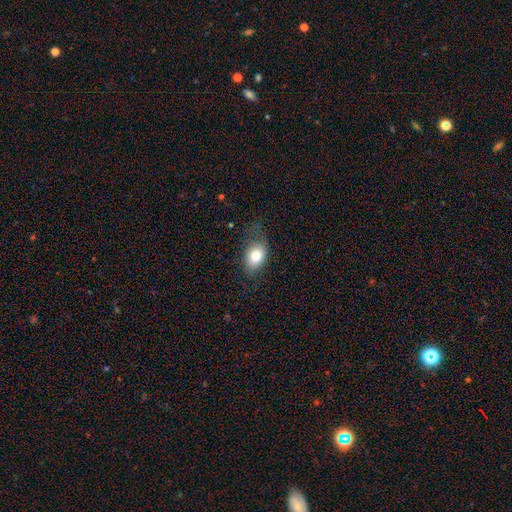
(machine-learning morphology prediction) This is likely a smooth galaxy (79%). How rounded: clearly in between (84%). Merging: likely none (65%).